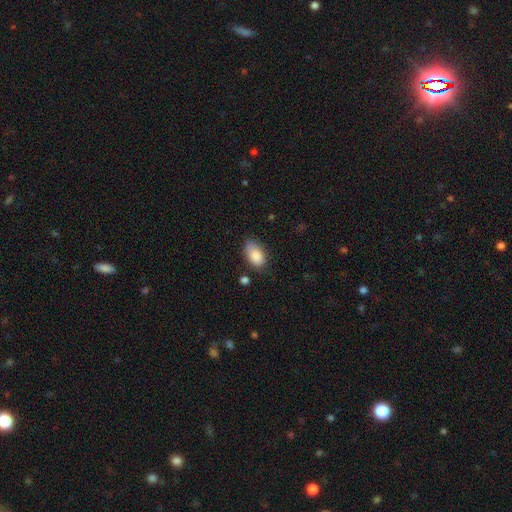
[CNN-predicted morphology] Smooth or featured? smooth (86%)
How rounded? in between (92%)
Merging? none (68%)